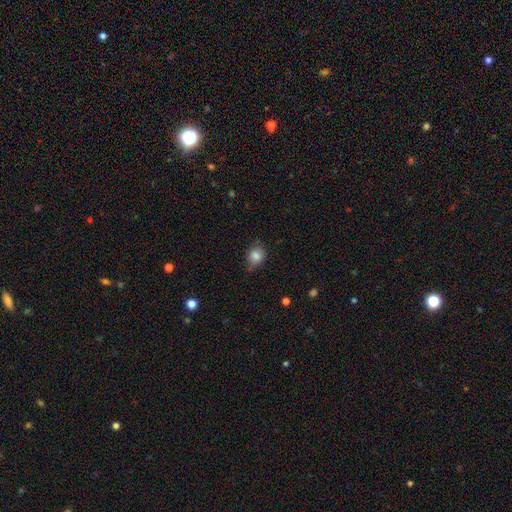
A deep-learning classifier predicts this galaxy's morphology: Smooth or featured? smooth (83%)
How rounded? round (65%)
Merging? none (68%)